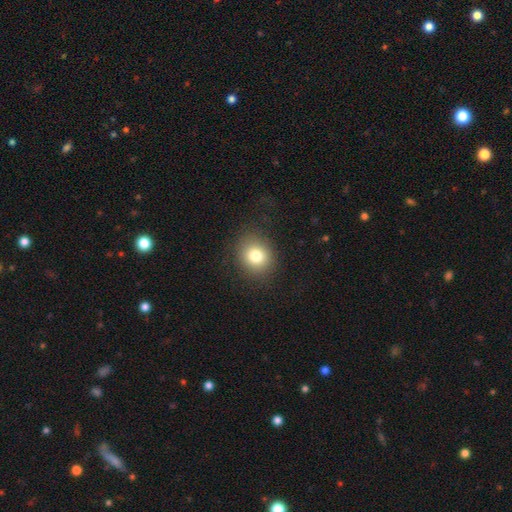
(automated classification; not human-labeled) Smooth or featured? smooth (79%)
How rounded? round (75%)
Merging? none (87%)